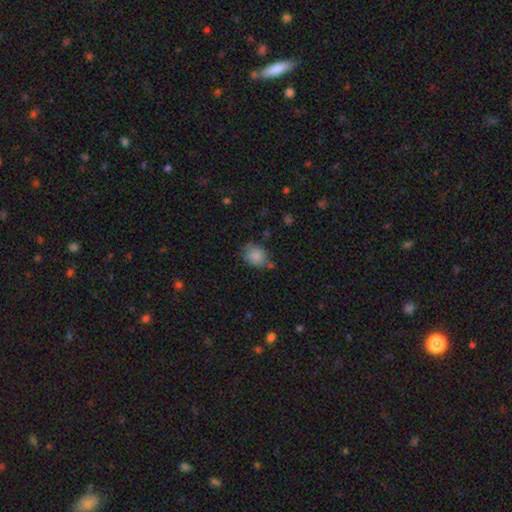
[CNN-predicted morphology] smooth-or-featured: smooth: 85% | star or artifact: 8% | featured or disk: 7%
  how-rounded: in between: 56% | round: 43% | cigar-shaped: 1%
  merging: none: 62% | minor disturbance: 25% | merger: 6% | major disturbance: 6%